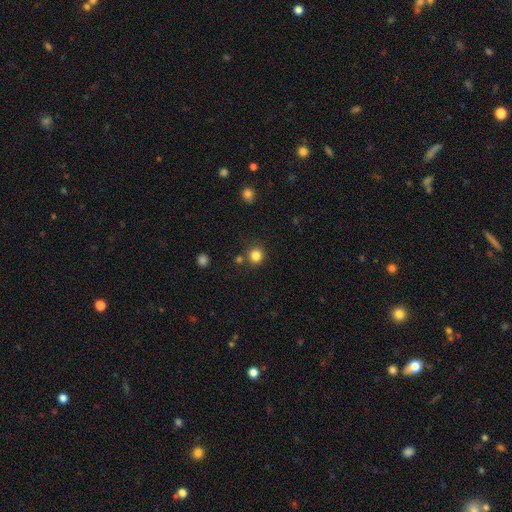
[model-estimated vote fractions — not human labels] Smooth or featured?
  - smooth: 83% *
  - star or artifact: 13%
  - featured or disk: 5%
How rounded?
  - round: 92% *
  - in between: 7%
  - cigar-shaped: 1%
Merging?
  - none: 82% *
  - minor disturbance: 8%
  - merger: 7%
  - major disturbance: 3%